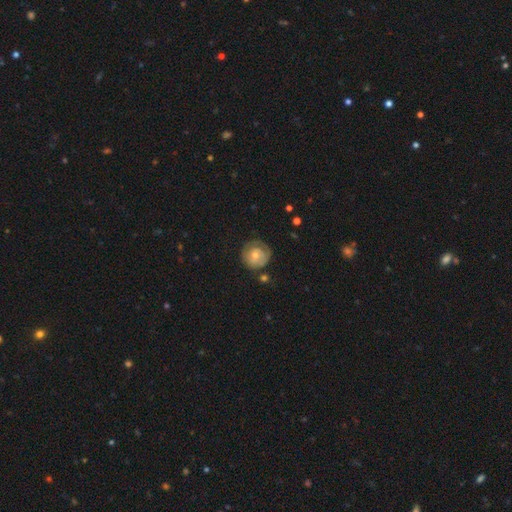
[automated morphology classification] type=featured or disk (50%); merging=none (65%).